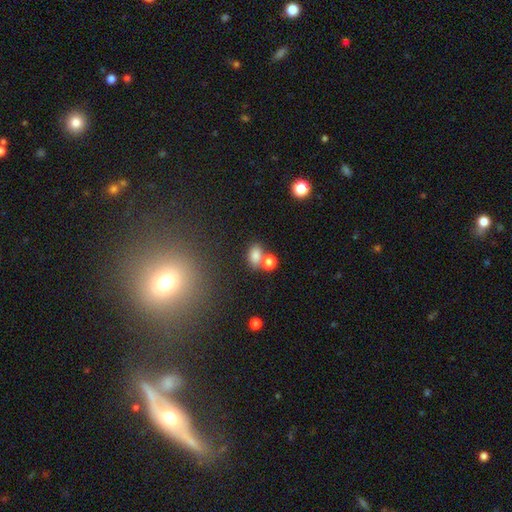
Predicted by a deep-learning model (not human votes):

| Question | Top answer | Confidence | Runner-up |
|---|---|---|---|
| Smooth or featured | smooth | 79% | star or artifact (13%) |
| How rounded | in between | 74% | round (25%) |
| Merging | none | 47% | merger (36%) |